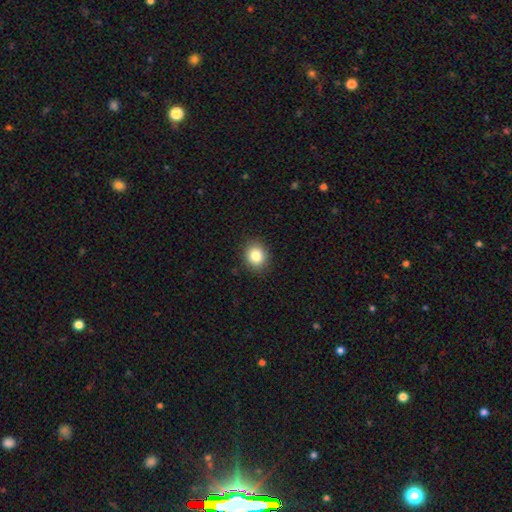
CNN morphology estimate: This appears to be a smooth galaxy with no disk features (84%) that is round (70%). Merging: none (90%).